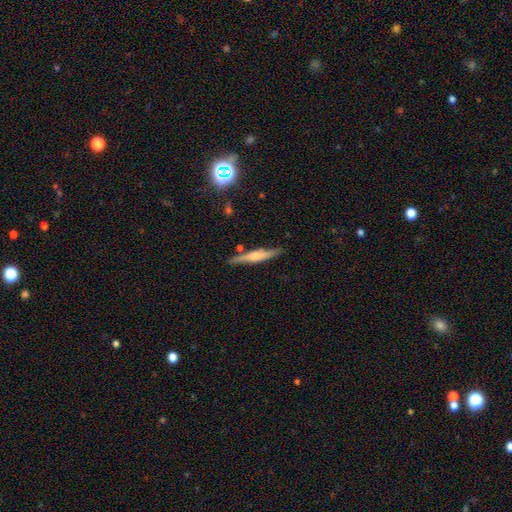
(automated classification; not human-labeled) The model was most divided on "smooth or featured": featured or disk: 56%, smooth: 37%, star or artifact: 7%. More confident: edge-on disk — yes (95%); merging — none (83%); edge-on bulge — rounded (66%).